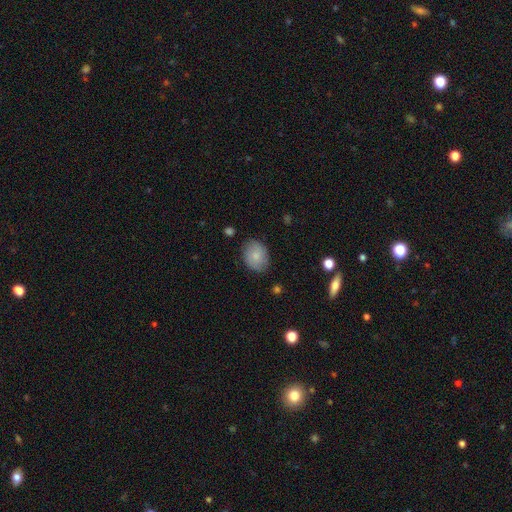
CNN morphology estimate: Smooth or featured?
  - smooth: 81% *
  - featured or disk: 11%
  - star or artifact: 7%
How rounded?
  - in between: 61% *
  - round: 38%
  - cigar-shaped: 1%
Merging?
  - none: 81% *
  - minor disturbance: 15%
  - major disturbance: 3%
  - merger: 1%